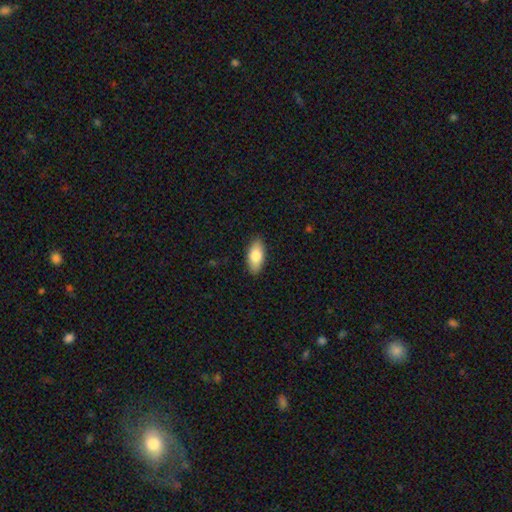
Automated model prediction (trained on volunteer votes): Morphology: type=smooth (80%); roundness=in between (89%); merging=none (89%).